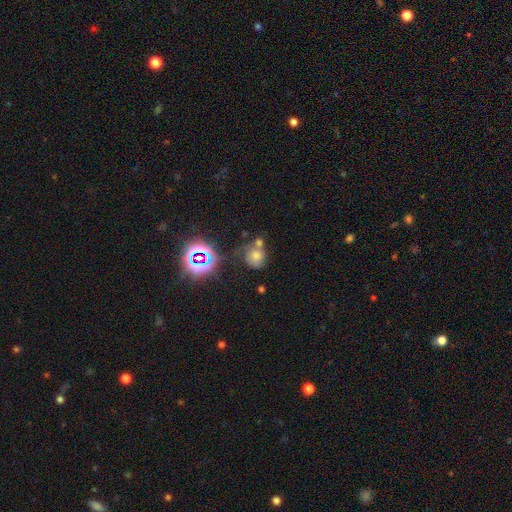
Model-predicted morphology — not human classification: type=smooth (59%); roundness=round (76%); merging=none (43%).